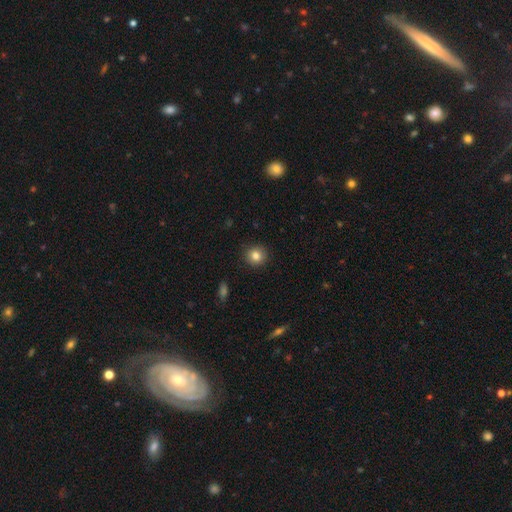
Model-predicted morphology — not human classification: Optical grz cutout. It shows a smooth galaxy with no disk features (83%) that is round (90%). Merging: none (91%).